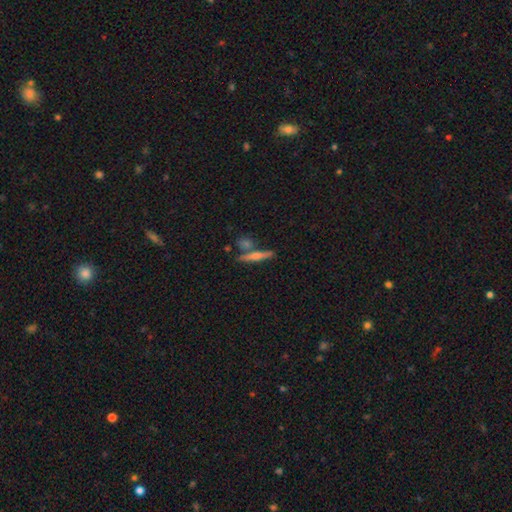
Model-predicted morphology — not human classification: A smooth galaxy with no disk features (49%).

Vote fractions:
- Smooth or featured? smooth: 49% / featured or disk: 43% / star or artifact: 7%
- Merging? none: 71% / merger: 16% / minor disturbance: 10% / major disturbance: 3%